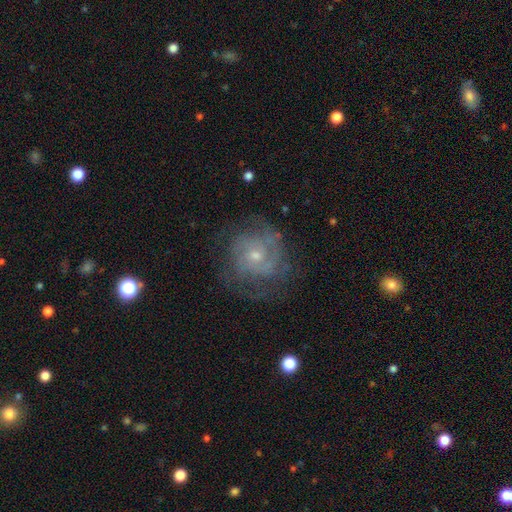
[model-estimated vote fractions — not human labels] Q: Smooth or featured?
A: featured or disk (74%); runner-up: smooth (17%)
Q: Edge-on disk?
A: no (97%); runner-up: yes (3%)
Q: Bar?
A: no (75%); runner-up: weak (22%)
Q: Spiral arms?
A: yes (87%); runner-up: no (13%)
Q: Spiral winding?
A: tight (57%); runner-up: medium (33%)
Q: Spiral arm count?
A: can't tell (42%); runner-up: 2 (26%)
Q: Bulge size?
A: small (58%); runner-up: moderate (38%)
Q: Merging?
A: none (68%); runner-up: minor disturbance (18%)